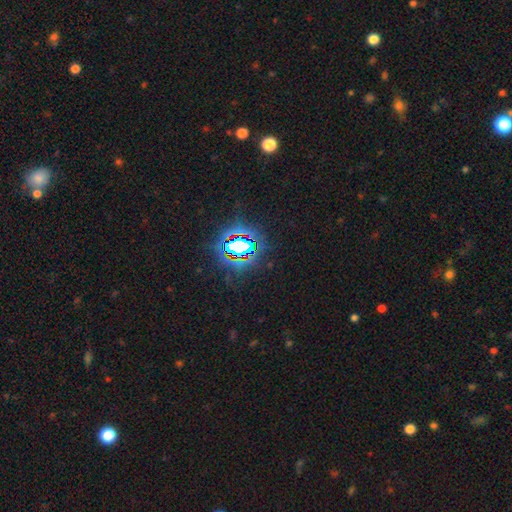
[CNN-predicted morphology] Overall: star or artifact (84%).